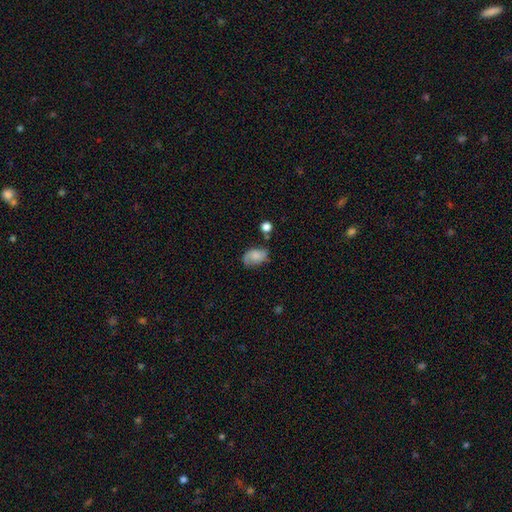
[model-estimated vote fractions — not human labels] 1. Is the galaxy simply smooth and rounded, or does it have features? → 61% smooth, 29% featured or disk, 10% star or artifact.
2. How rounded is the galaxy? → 83% in between, 15% round, 1% cigar-shaped.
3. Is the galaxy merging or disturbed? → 55% none, 29% minor disturbance, 11% major disturbance, 6% merger.